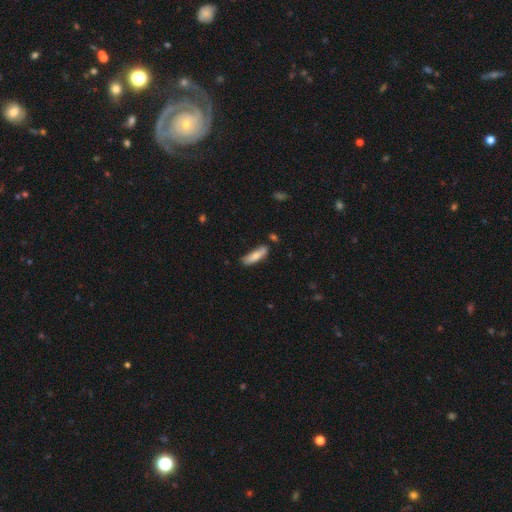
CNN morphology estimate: Q: Smooth or featured?
A: smooth (80%); runner-up: featured or disk (13%)
Q: How rounded?
A: cigar-shaped (61%); runner-up: in between (37%)
Q: Merging?
A: none (65%); runner-up: minor disturbance (23%)